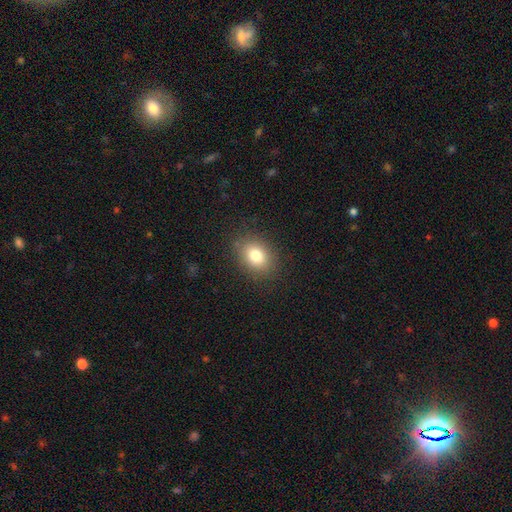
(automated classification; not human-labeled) This is likely a smooth galaxy (79%). How rounded: possibly in between (56%). Merging: clearly none (86%).